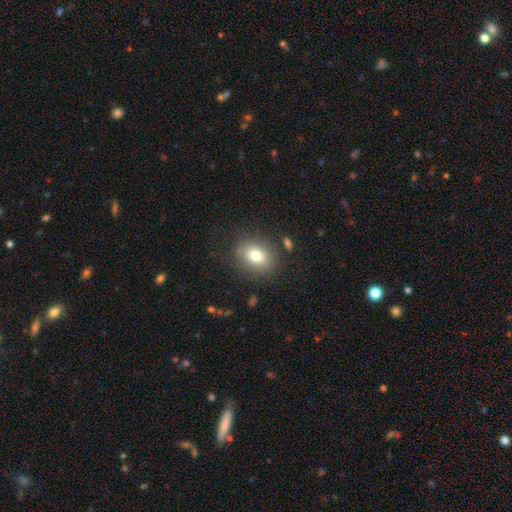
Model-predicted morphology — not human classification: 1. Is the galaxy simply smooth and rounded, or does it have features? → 78% smooth, 12% featured or disk, 10% star or artifact.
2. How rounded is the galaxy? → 53% in between, 45% round, 1% cigar-shaped.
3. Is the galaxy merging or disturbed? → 81% none, 11% minor disturbance, 5% major disturbance, 3% merger.